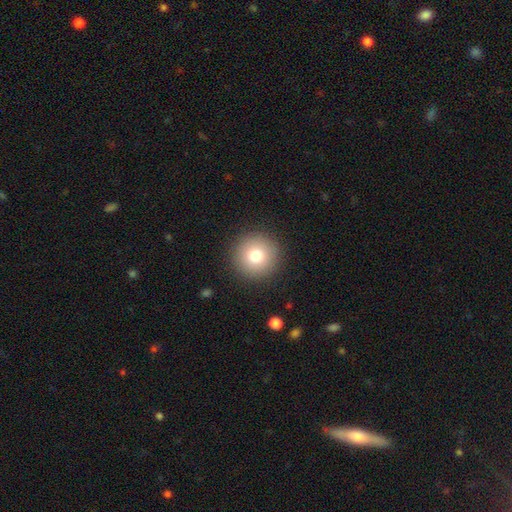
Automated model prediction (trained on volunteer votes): Q: Smooth or featured?
A: smooth (78%); runner-up: star or artifact (11%)
Q: How rounded?
A: round (96%); runner-up: in between (3%)
Q: Merging?
A: none (91%); runner-up: minor disturbance (5%)